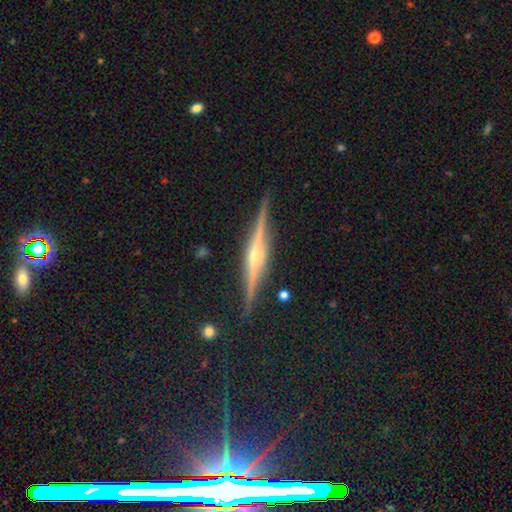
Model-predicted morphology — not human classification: A featured or disk galaxy (82%) viewed edge-on (98%) with a rounded central bulge (86%).

Vote fractions:
- Smooth or featured? featured or disk: 82% / star or artifact: 9% / smooth: 9%
- Edge-on disk? yes: 98% / no: 2%
- Edge-on bulge? rounded: 86% / boxy: 8% / none: 6%
- Merging? none: 91% / minor disturbance: 6% / major disturbance: 1% / merger: 1%